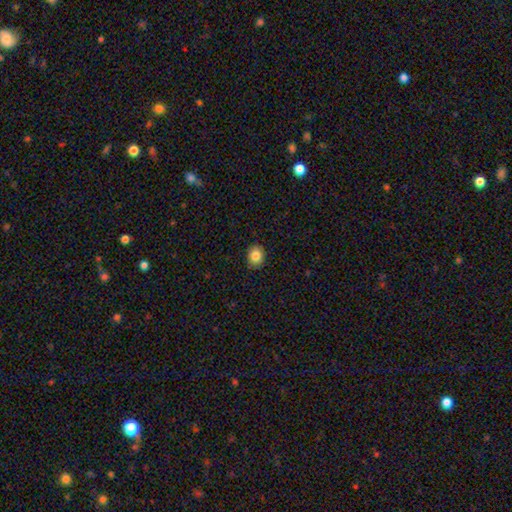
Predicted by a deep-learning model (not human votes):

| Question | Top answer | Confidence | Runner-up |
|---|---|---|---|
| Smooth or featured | smooth | 84% | star or artifact (9%) |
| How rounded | round | 56% | in between (43%) |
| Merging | none | 88% | minor disturbance (9%) |